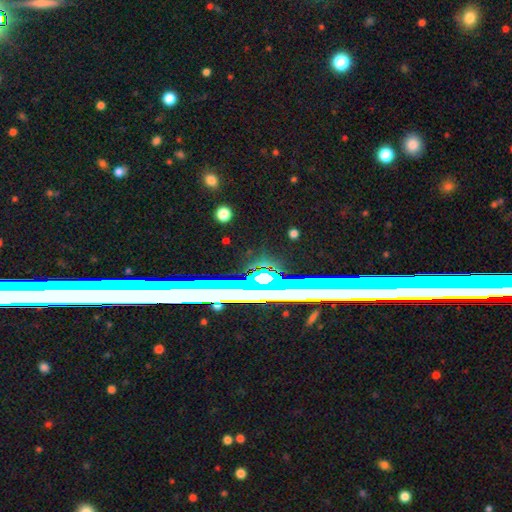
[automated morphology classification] This appears to be a star or artifact, not a galaxy (57%).